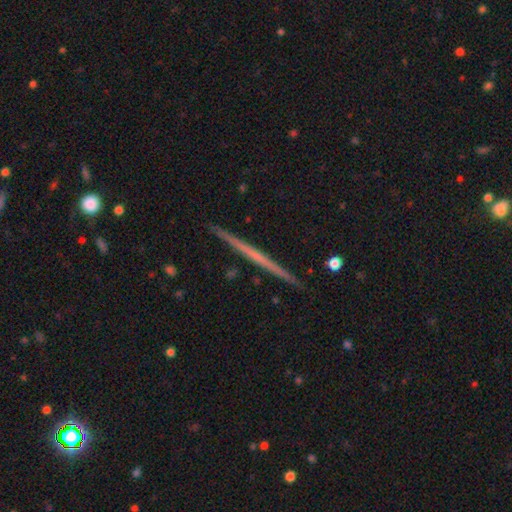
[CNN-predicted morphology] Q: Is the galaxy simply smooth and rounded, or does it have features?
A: featured or disk — 65%.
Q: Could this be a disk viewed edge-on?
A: yes — 98%.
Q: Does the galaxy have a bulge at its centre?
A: none — 88%.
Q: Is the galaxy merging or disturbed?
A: none — 93%.